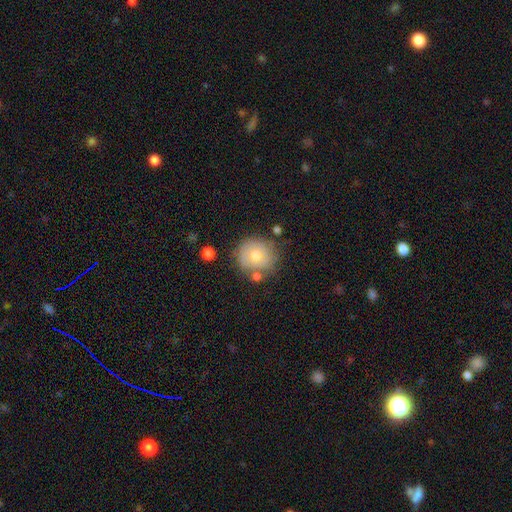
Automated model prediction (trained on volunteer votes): smooth-or-featured: smooth: 70% | featured or disk: 22% | star or artifact: 8%
  how-rounded: round: 89% | in between: 10% | cigar-shaped: 1%
  merging: none: 69% | minor disturbance: 17% | merger: 9% | major disturbance: 5%